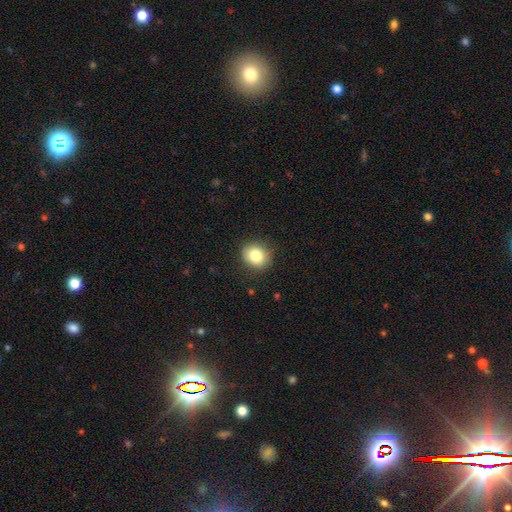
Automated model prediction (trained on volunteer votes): A smooth galaxy with no disk features (83%) that is round (59%).

Vote fractions:
- Smooth or featured? smooth: 83% / star or artifact: 9% / featured or disk: 8%
- How rounded? round: 59% / in between: 40% / cigar-shaped: 1%
- Merging? none: 86% / minor disturbance: 11% / major disturbance: 3% / merger: 1%